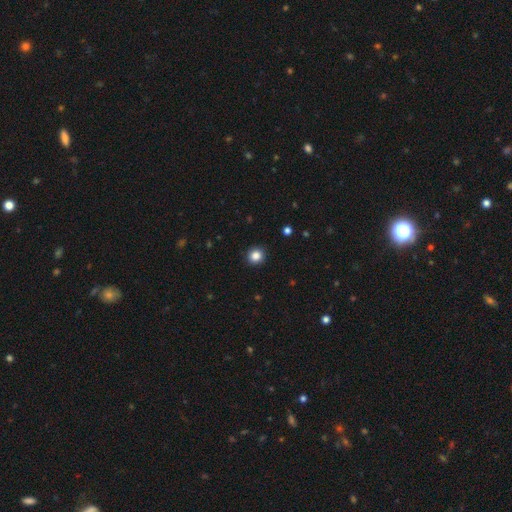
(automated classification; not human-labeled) Morphology: type=smooth (85%); roundness=round (90%); merging=none (92%).